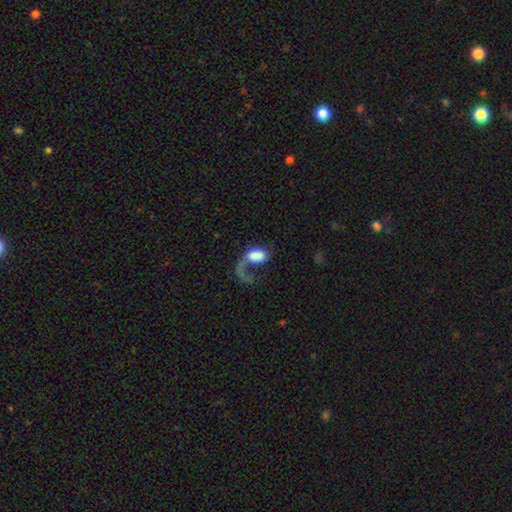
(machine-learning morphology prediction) smooth 54%, featured or disk 38%, star or artifact 9%. Down the decision tree: how rounded — in between (84%); merging — major disturbance (59%).